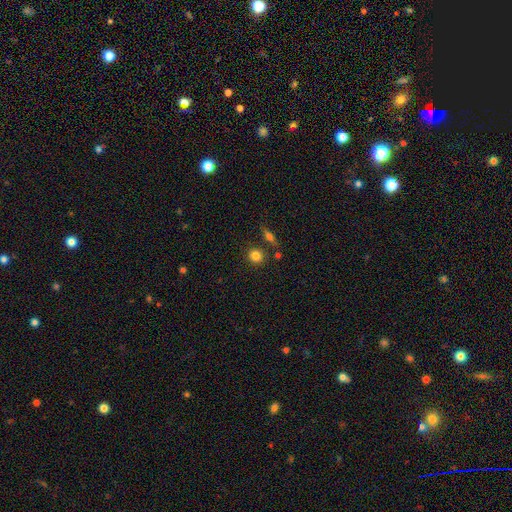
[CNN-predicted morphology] Smooth or featured: smooth — 82% (star or artifact — 11%)
How rounded: round — 84% (in between — 15%)
Merging: none — 80% (minor disturbance — 9%)